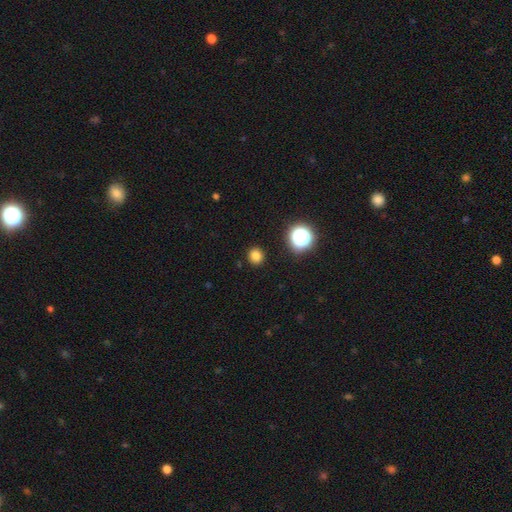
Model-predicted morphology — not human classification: Smooth or featured? Predicted: smooth (p=0.80). How rounded? Predicted: round (p=0.87). Merging? Predicted: none (p=0.91).